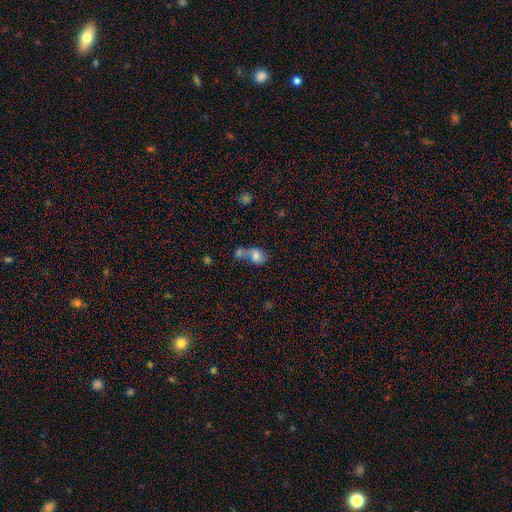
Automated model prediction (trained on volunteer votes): A smooth galaxy with no disk features (64%) that is in between round and cigar-shaped (65%).

Vote fractions:
- Smooth or featured? smooth: 64% / featured or disk: 25% / star or artifact: 12%
- How rounded? in between: 65% / round: 32% / cigar-shaped: 2%
- Merging? merger: 59% / none: 20% / minor disturbance: 11% / major disturbance: 10%